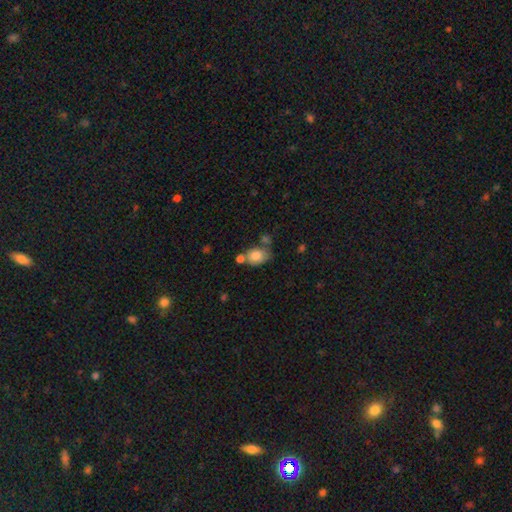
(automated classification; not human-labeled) smooth 79%, featured or disk 12%, star or artifact 8%. Down the decision tree: how rounded — in between (69%); merging — none (45%).